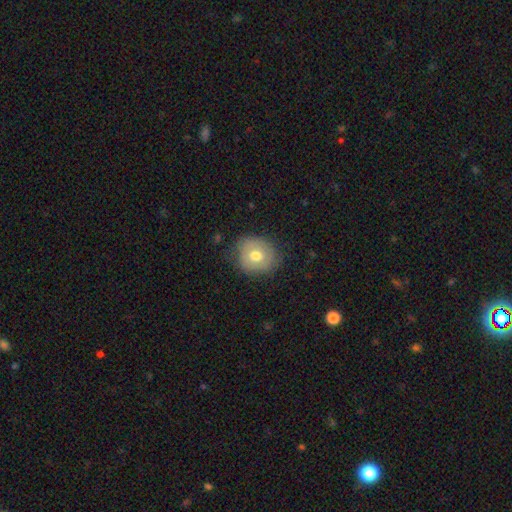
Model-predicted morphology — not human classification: This appears to be a smooth galaxy with no disk features (67%) that is round (77%). Merging: none (77%).